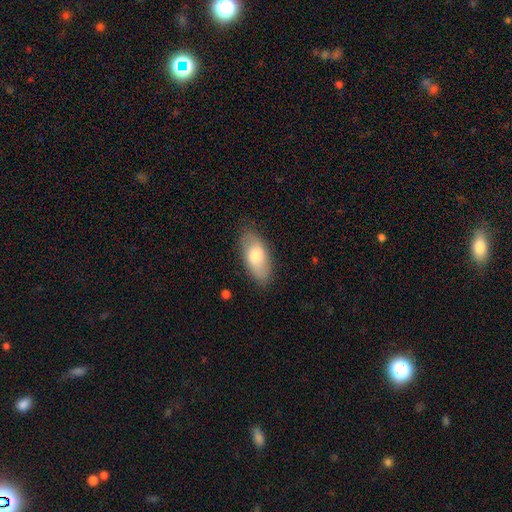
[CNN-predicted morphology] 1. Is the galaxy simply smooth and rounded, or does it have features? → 72% smooth, 22% featured or disk, 6% star or artifact.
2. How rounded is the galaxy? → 90% in between, 7% cigar-shaped, 3% round.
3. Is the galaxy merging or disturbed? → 83% none, 13% minor disturbance, 3% major disturbance, 1% merger.